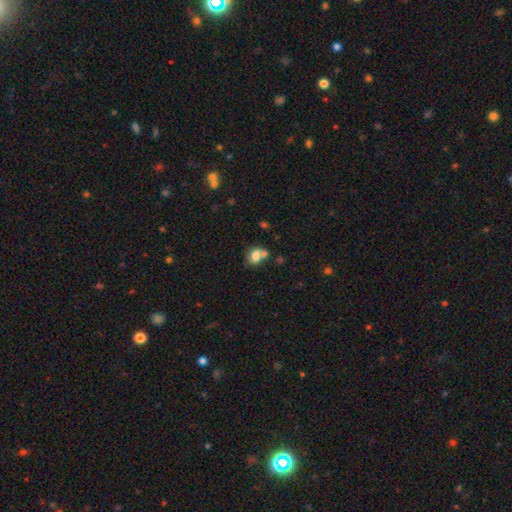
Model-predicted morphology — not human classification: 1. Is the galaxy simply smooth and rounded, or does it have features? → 74% smooth, 15% featured or disk, 10% star or artifact.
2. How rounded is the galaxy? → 51% round, 48% in between, 1% cigar-shaped.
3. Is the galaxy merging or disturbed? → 41% merger, 39% none, 14% minor disturbance, 6% major disturbance.